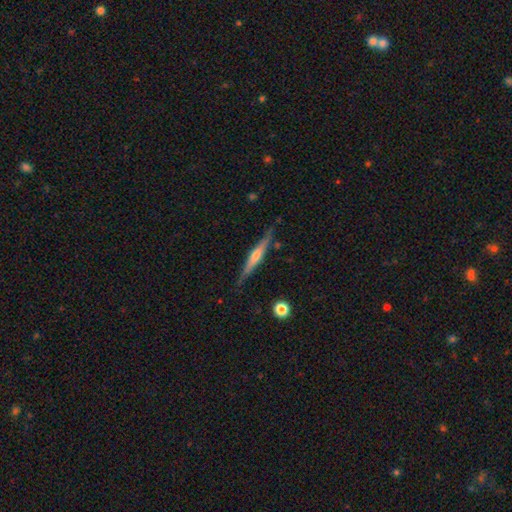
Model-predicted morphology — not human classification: This is likely a featured or disk galaxy (69%). It is clearly viewed edge-on (97%). Edge-on bulge: likely rounded (77%). Merging: clearly none (84%).